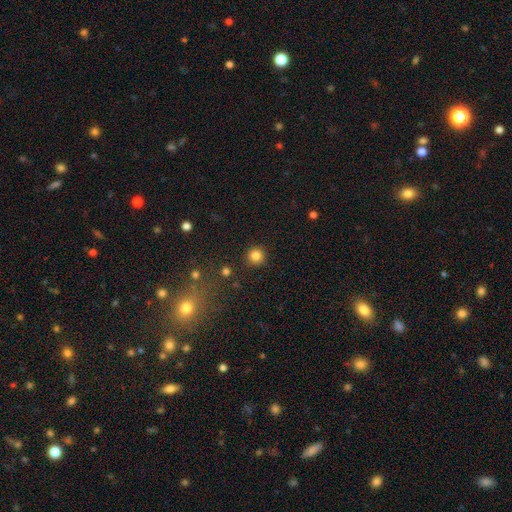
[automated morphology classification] smooth 83%, star or artifact 12%, featured or disk 5%. Down the decision tree: how rounded — round (96%); merging — none (91%).